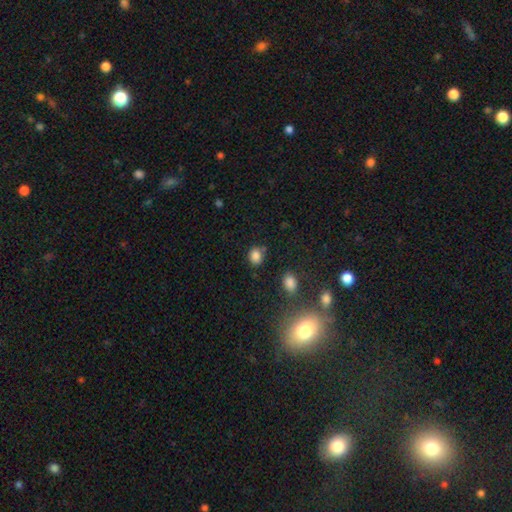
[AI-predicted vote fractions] Overall: smooth (83%). How rounded: round (58%; in between 41%). Merging: none (74%).